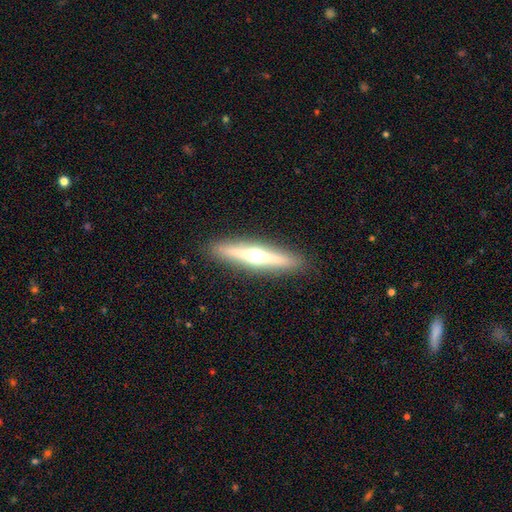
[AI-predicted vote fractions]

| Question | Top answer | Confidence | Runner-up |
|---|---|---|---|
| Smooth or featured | featured or disk | 74% | smooth (20%) |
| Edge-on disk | yes | 97% | no (3%) |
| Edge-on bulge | rounded | 95% | none (3%) |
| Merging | none | 91% | minor disturbance (6%) |